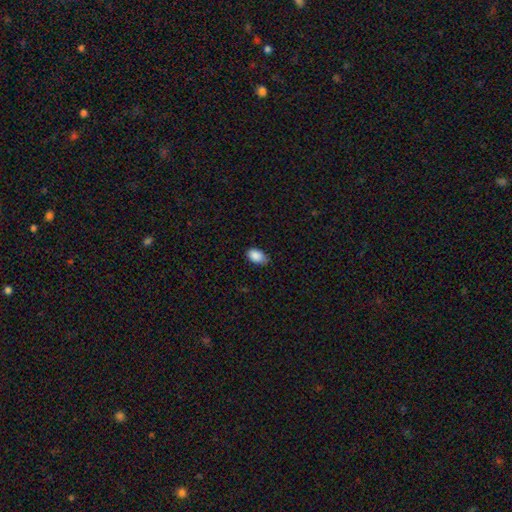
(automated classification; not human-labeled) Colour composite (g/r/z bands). It shows a smooth galaxy with no disk features (88%) that is in between round and cigar-shaped (89%). Merging: none (68%).